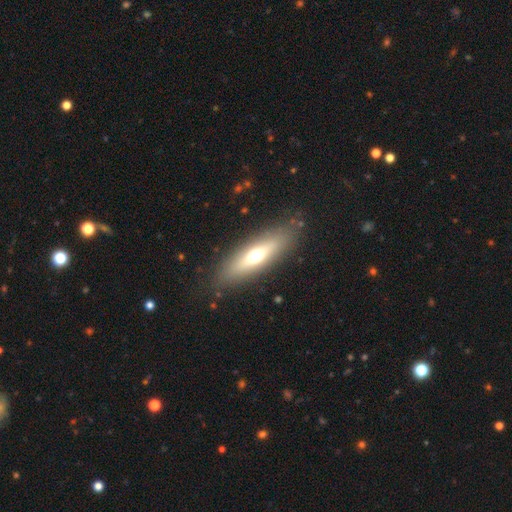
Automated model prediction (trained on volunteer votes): Smooth or featured? Predicted: smooth (p=0.54). How rounded? Predicted: cigar-shaped (p=0.52). Merging? Predicted: none (p=0.85).